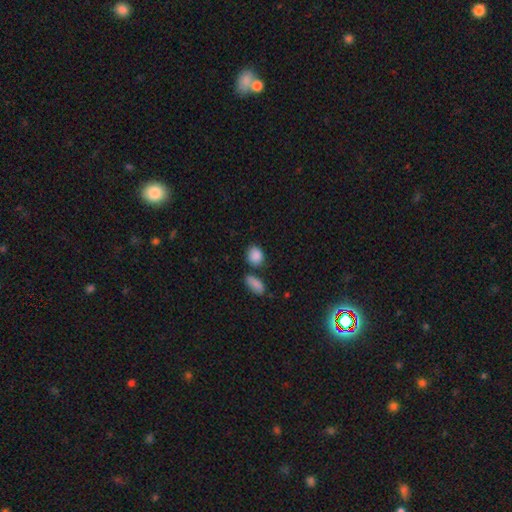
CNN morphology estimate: type=smooth (87%); roundness=in between (53%); merging=none (66%).